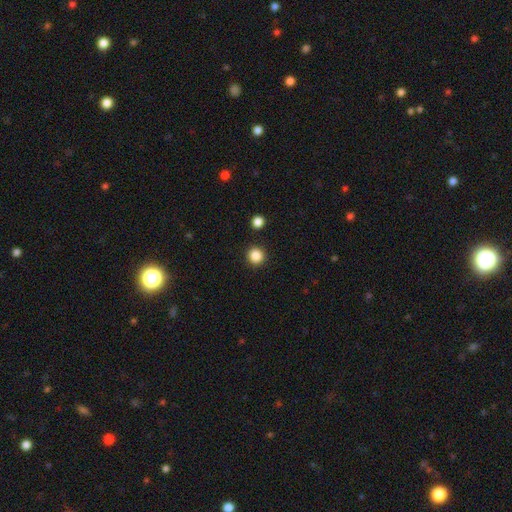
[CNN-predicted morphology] smooth 86%, star or artifact 11%, featured or disk 3%. Down the decision tree: how rounded — round (94%); merging — none (91%).